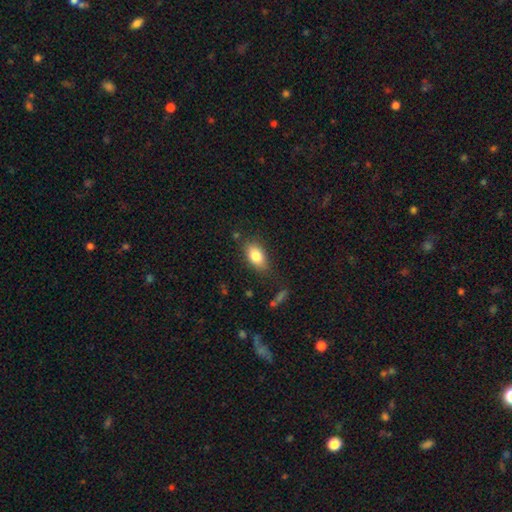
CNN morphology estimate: A smooth galaxy with no disk features (82%) that is in between round and cigar-shaped (88%).

Vote fractions:
- Smooth or featured? smooth: 82% / featured or disk: 10% / star or artifact: 8%
- How rounded? in between: 88% / round: 8% / cigar-shaped: 4%
- Merging? none: 78% / minor disturbance: 15% / major disturbance: 4% / merger: 2%